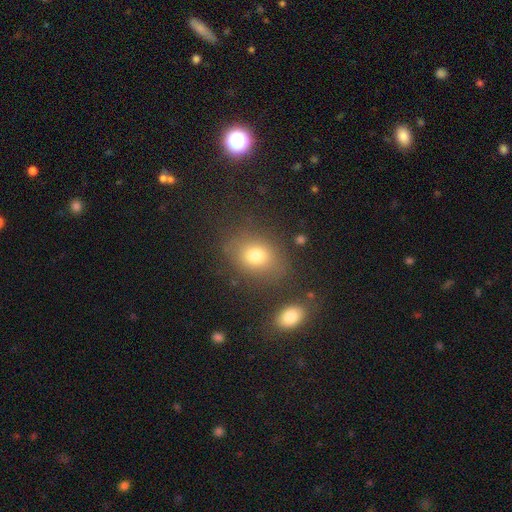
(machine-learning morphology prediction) The model was most divided on "how rounded": in between: 53%, round: 46%, cigar-shaped: 1%. More confident: smooth or featured — smooth (75%); merging — none (75%).